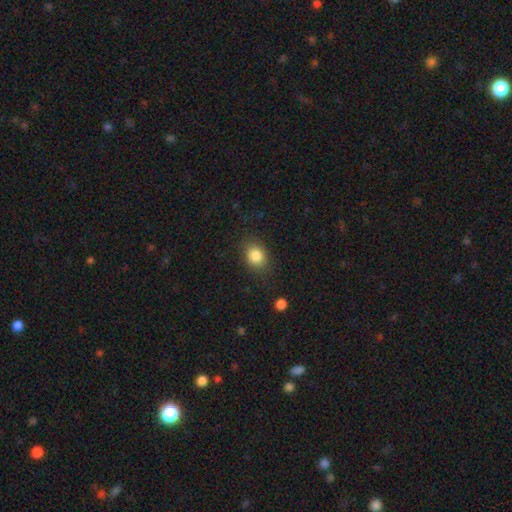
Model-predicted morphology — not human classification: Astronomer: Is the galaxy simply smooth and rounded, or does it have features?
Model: smooth — 85%.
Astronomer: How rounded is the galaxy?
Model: in between — 50% (runner-up: round, 48%).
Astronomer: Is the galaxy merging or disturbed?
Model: none — 81%.